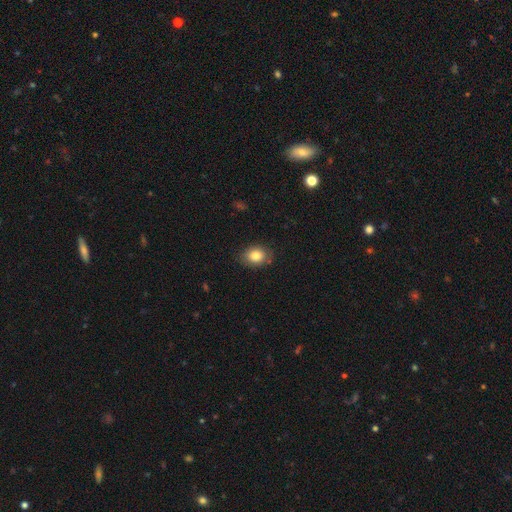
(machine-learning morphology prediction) smooth_or_featured: smooth (p=0.83) [alt: star or artifact p=0.09]
how_rounded: in between (p=0.62) [alt: round p=0.37]
merging: none (p=0.81) [alt: minor disturbance p=0.14]